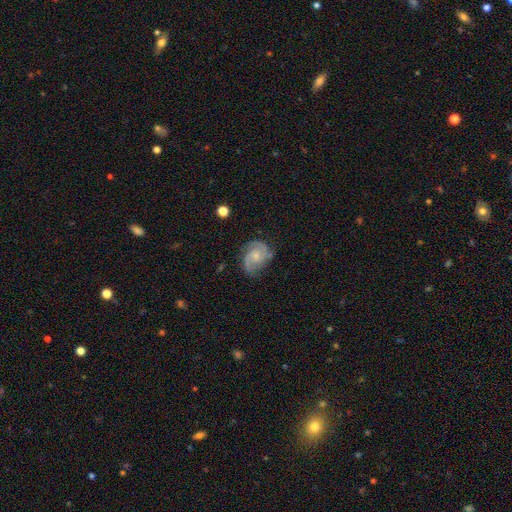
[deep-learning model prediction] smooth-or-featured: featured or disk: 84% | smooth: 11% | star or artifact: 5%
  disk-edge-on: no: 98% | yes: 2%
    bar: no: 65% | weak: 31% | strong: 4%
    has-spiral-arms: yes: 97% | no: 3%
      spiral-winding: medium: 48% | tight: 38% | loose: 13%
      spiral-arm-count: 2: 79% | 3: 9% | can't tell: 6% | 1: 3% | 4: 2% | more than 4: 2%
    bulge-size: small: 59% | moderate: 33% | none: 6% | large: 2% | dominant: 1%
  merging: none: 69% | minor disturbance: 22% | major disturbance: 8% | merger: 2%